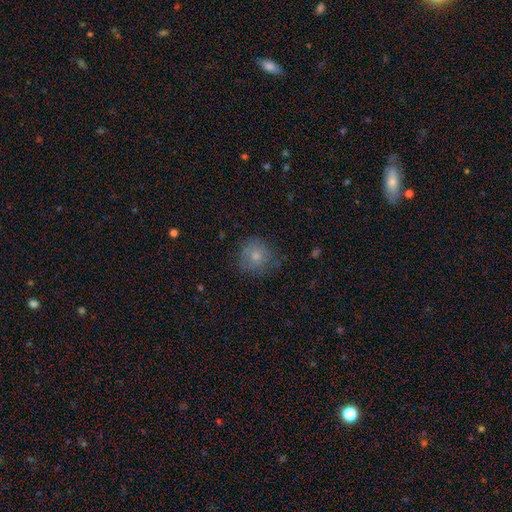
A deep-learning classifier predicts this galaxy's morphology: Smooth or featured?
  - smooth: 74% *
  - featured or disk: 16%
  - star or artifact: 10%
How rounded?
  - round: 88% *
  - in between: 11%
  - cigar-shaped: 1%
Merging?
  - none: 70% *
  - minor disturbance: 22%
  - major disturbance: 7%
  - merger: 1%